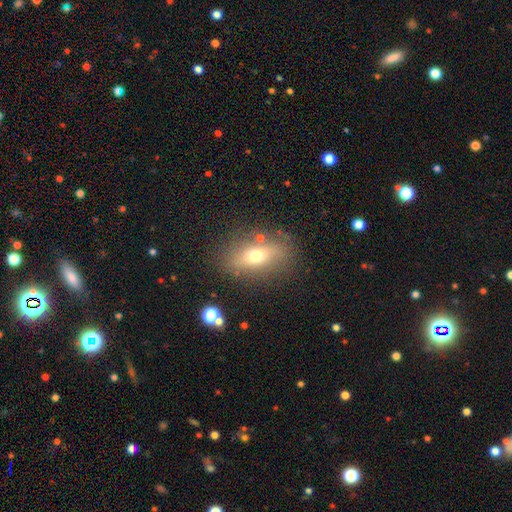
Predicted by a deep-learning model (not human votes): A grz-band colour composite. It shows a smooth galaxy with no disk features (60%) that is in between round and cigar-shaped (75%). Merging: none (78%).